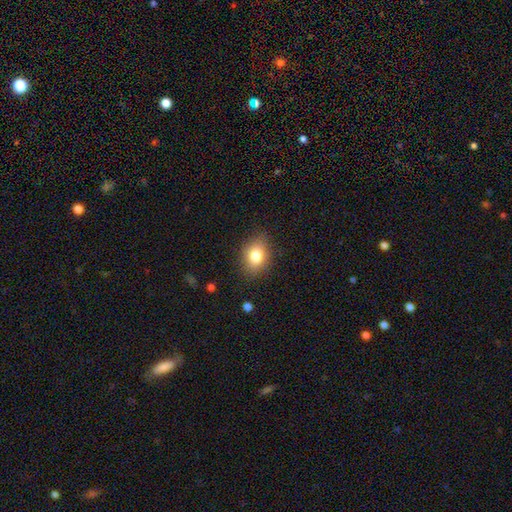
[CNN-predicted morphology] Overall: smooth (82%). How rounded: in between (70%). Merging: none (83%).